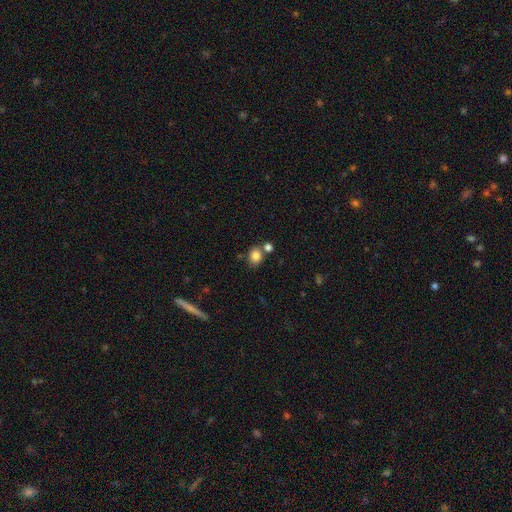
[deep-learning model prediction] The model was most divided on "how rounded": round: 51%, in between: 47%, cigar-shaped: 1%. More confident: smooth or featured — smooth (82%); merging — none (66%).